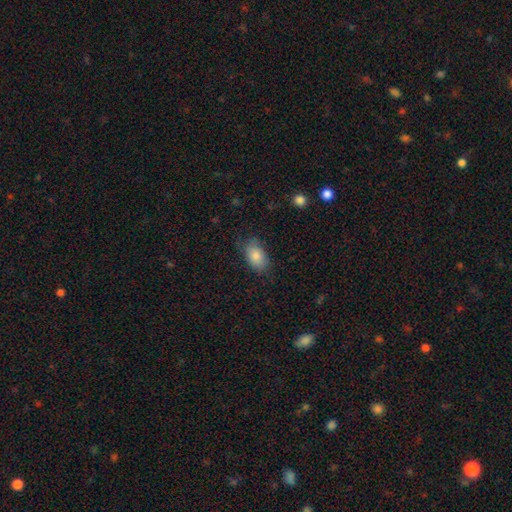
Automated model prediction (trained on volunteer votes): Smooth or featured? Predicted: smooth (p=0.84). How rounded? Predicted: in between (p=0.90). Merging? Predicted: none (p=0.74).